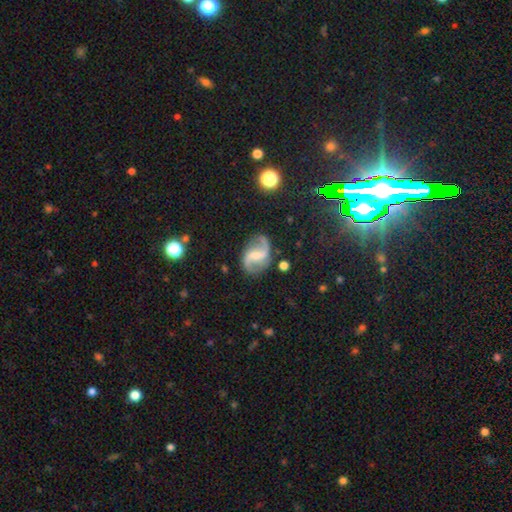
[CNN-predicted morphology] Overall: featured or disk (87%). Edge-on disk: no (98%). Bar: weak (48%; strong 29%). Spiral arms: yes (96%). Spiral arm count: 2 (93%). Spiral winding: loose (62%; medium 31%). Bulge size: small (46%; moderate 30%). Merging: none (80%).